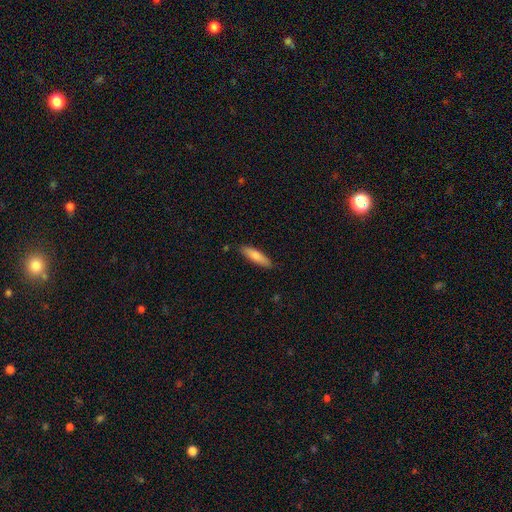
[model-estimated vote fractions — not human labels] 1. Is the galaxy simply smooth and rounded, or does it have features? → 81% smooth, 13% featured or disk, 6% star or artifact.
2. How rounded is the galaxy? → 70% cigar-shaped, 28% in between, 1% round.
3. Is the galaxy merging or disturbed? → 86% none, 11% minor disturbance, 2% major disturbance, 2% merger.